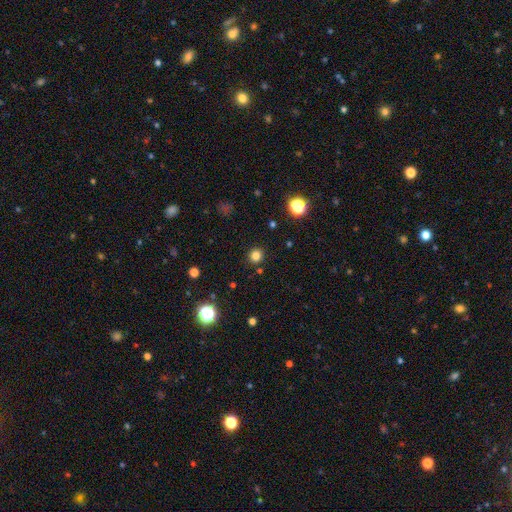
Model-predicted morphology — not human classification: smooth_or_featured: smooth (p=0.80) [alt: star or artifact p=0.15]
how_rounded: round (p=0.93) [alt: in between p=0.06]
merging: none (p=0.91) [alt: minor disturbance p=0.05]